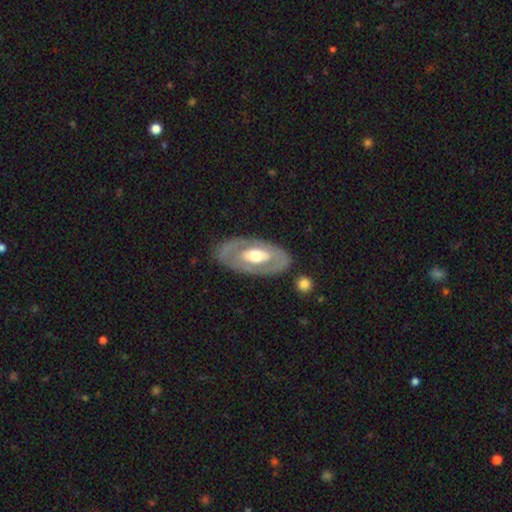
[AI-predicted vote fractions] A featured or disk galaxy (64%) with no bar (72%), no spiral arms (78%) and a moderate central bulge (65%). Merging: none (81%).